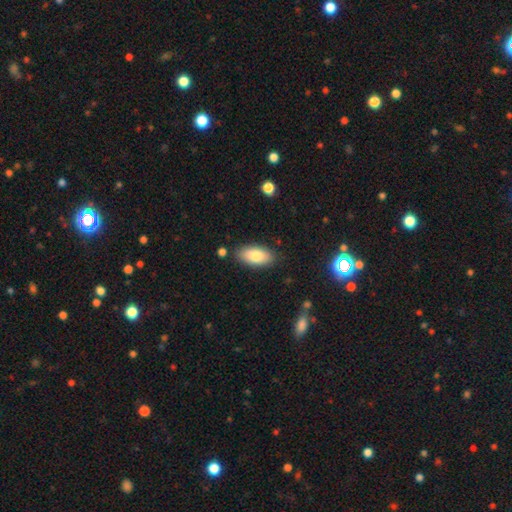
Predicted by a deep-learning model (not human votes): This is clearly a smooth galaxy (81%). How rounded: clearly in between (91%). Merging: clearly none (84%).